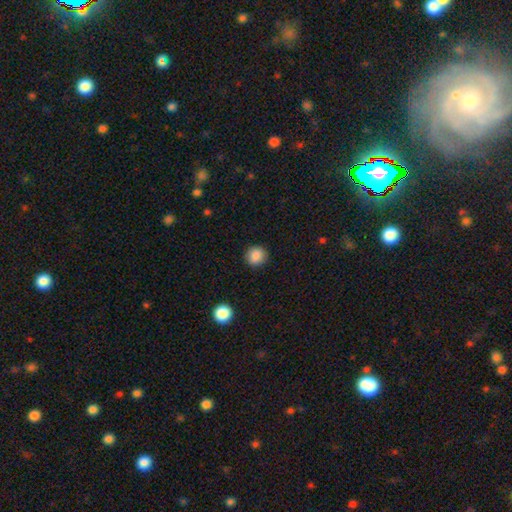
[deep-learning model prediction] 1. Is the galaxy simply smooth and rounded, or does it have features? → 87% smooth, 9% star or artifact, 4% featured or disk.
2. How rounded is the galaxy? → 93% round, 6% in between, 1% cigar-shaped.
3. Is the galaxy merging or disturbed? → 91% none, 6% minor disturbance, 2% major disturbance, 1% merger.